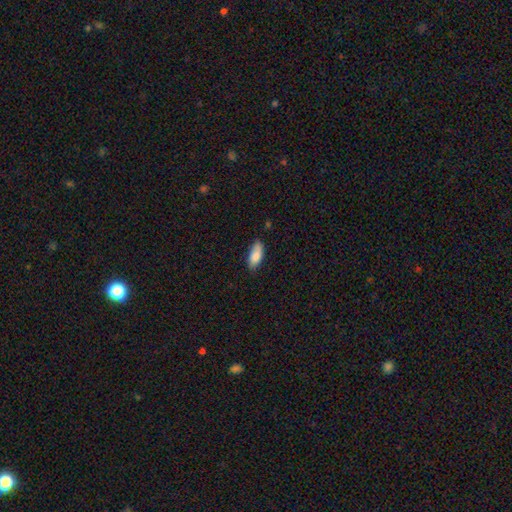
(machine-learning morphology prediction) type=smooth (85%); roundness=in between (80%); merging=none (75%).